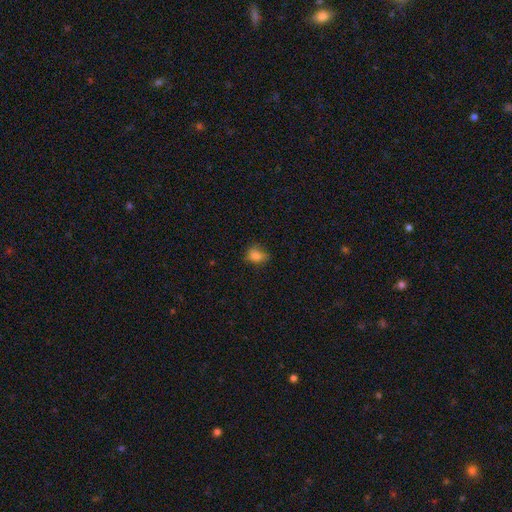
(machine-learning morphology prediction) Q: Smooth or featured?
A: smooth (79%); runner-up: star or artifact (13%)
Q: How rounded?
A: in between (61%); runner-up: round (37%)
Q: Merging?
A: none (58%); runner-up: minor disturbance (30%)